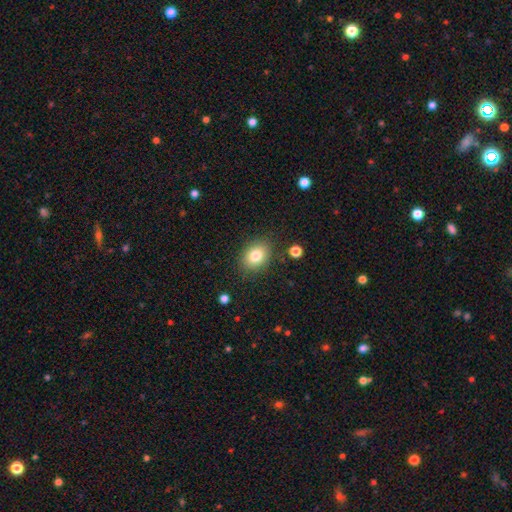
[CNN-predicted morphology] type=smooth (81%); roundness=in between (65%); merging=none (85%).